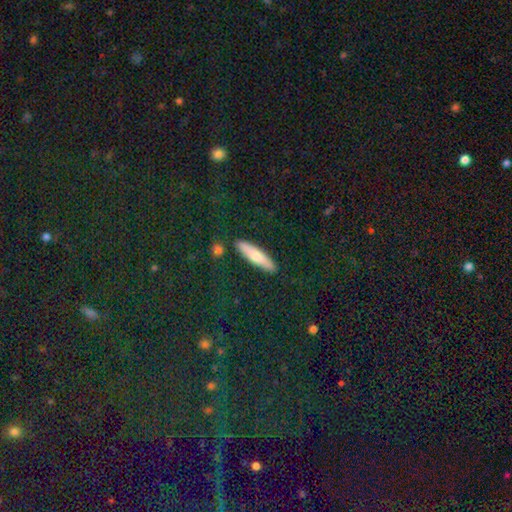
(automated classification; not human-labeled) Overall: smooth (69%). How rounded: cigar-shaped (77%). Merging: none (88%).